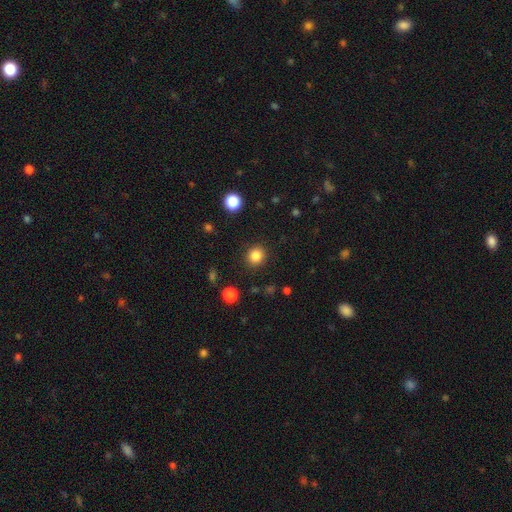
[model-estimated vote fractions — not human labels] Overall: smooth (84%). How rounded: round (86%). Merging: none (90%).